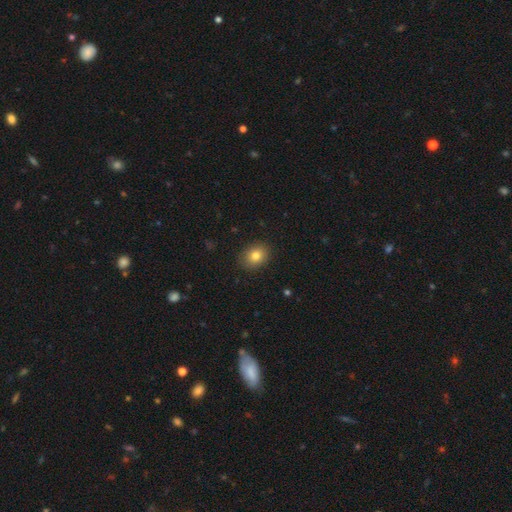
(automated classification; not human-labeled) Smooth or featured? smooth (81%)
How rounded? in between (50%)
Merging? none (88%)